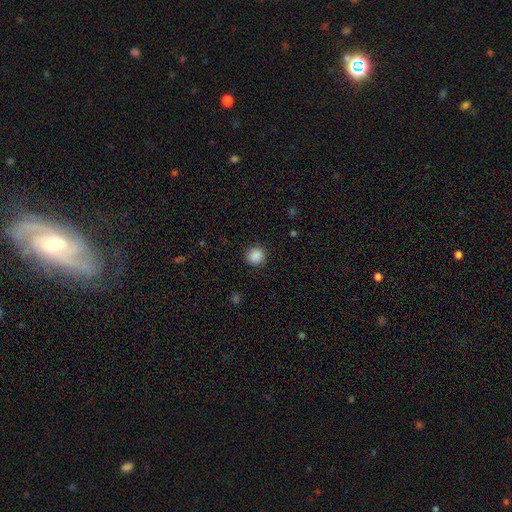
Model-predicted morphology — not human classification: smooth 88%, star or artifact 9%, featured or disk 3%. Down the decision tree: how rounded — round (93%); merging — none (90%).